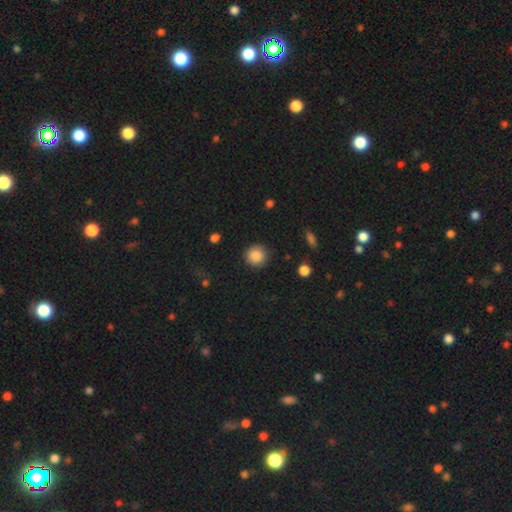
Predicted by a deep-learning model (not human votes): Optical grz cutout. It shows a smooth galaxy with no disk features (87%) that is round (93%). Merging: none (88%).